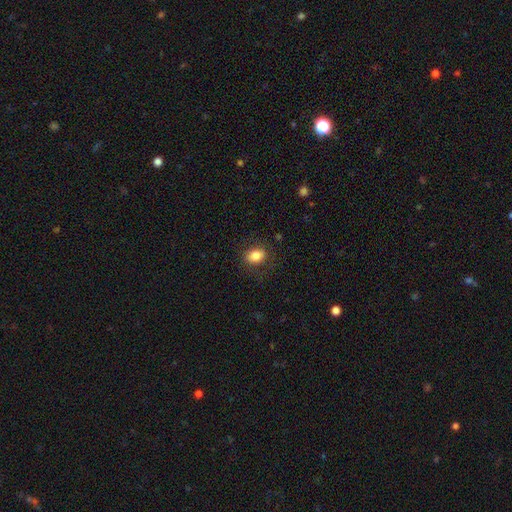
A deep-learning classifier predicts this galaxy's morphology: type=smooth (82%); roundness=in between (71%); merging=none (82%).